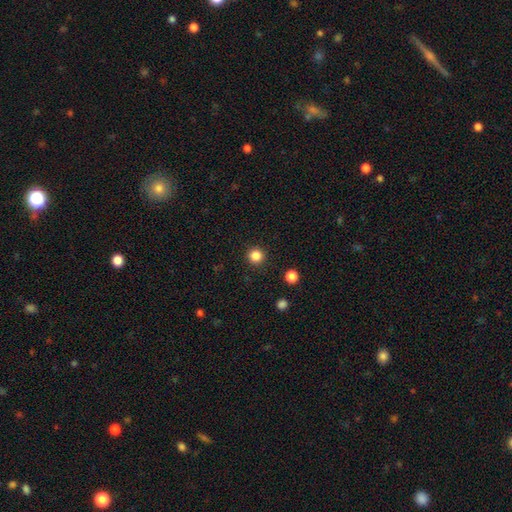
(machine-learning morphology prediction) Smooth or featured: smooth — 84% (star or artifact — 12%)
How rounded: round — 96% (in between — 3%)
Merging: none — 93% (minor disturbance — 4%)